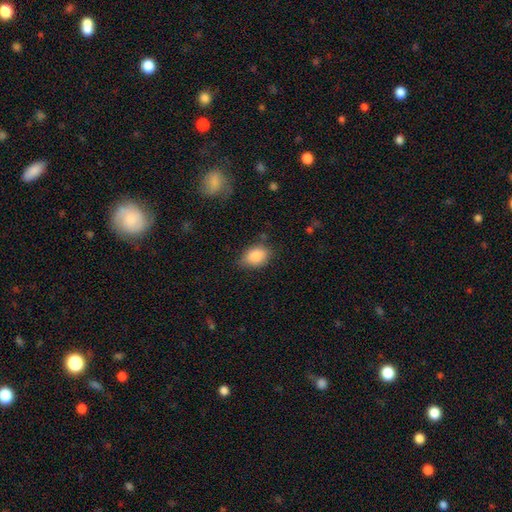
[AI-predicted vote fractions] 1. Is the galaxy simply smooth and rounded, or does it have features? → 86% smooth, 8% star or artifact, 7% featured or disk.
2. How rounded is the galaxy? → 76% in between, 23% round, 1% cigar-shaped.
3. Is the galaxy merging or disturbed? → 72% none, 22% minor disturbance, 4% major disturbance, 2% merger.